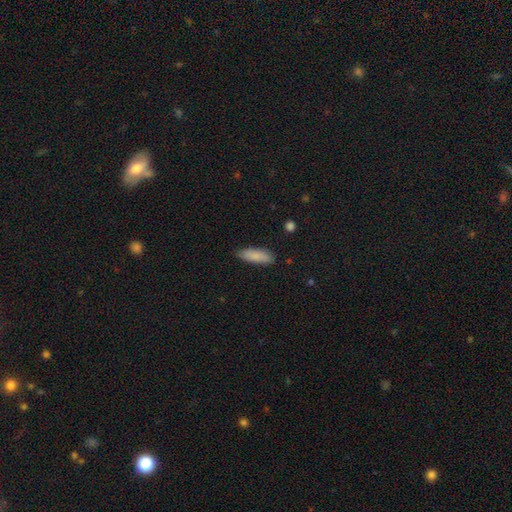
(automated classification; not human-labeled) Smooth or featured? smooth (84%)
How rounded? in between (54%)
Merging? none (84%)